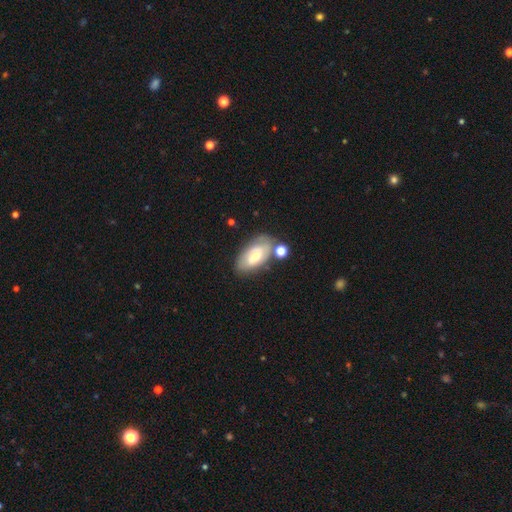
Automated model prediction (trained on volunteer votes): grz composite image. It shows a smooth galaxy with no disk features (54%) that is in between round and cigar-shaped (90%). Merging: none (61%).